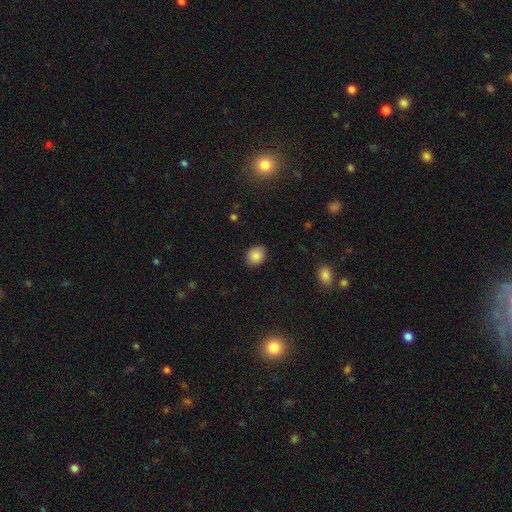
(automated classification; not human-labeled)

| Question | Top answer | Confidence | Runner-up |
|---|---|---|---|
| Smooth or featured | smooth | 86% | star or artifact (9%) |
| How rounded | round | 60% | in between (39%) |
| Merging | none | 83% | minor disturbance (13%) |